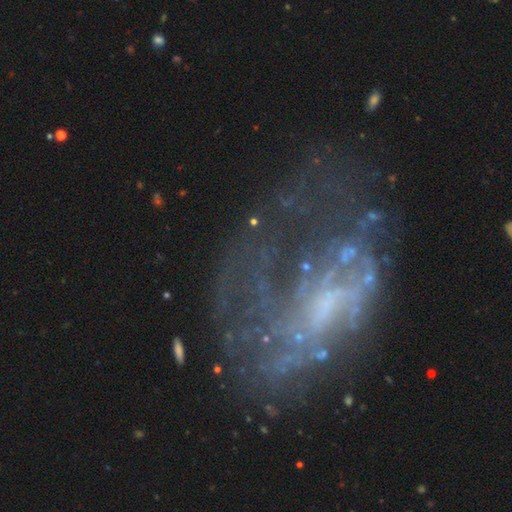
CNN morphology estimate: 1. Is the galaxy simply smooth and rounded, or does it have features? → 72% featured or disk, 15% star or artifact, 13% smooth.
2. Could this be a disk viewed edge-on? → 97% no, 3% yes.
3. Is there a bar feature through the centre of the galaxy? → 59% no, 33% weak, 8% strong.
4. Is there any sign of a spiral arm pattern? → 52% yes, 48% no.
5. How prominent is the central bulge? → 43% none, 33% small, 20% moderate, 3% large, 1% dominant.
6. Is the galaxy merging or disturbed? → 41% major disturbance, 36% none, 17% minor disturbance, 6% merger.